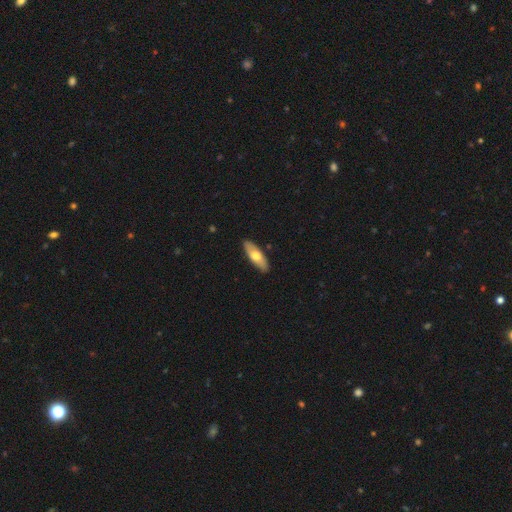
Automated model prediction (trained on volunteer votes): Smooth or featured? Predicted: smooth (p=0.62). How rounded? Predicted: in between (p=0.61). Merging? Predicted: none (p=0.89).